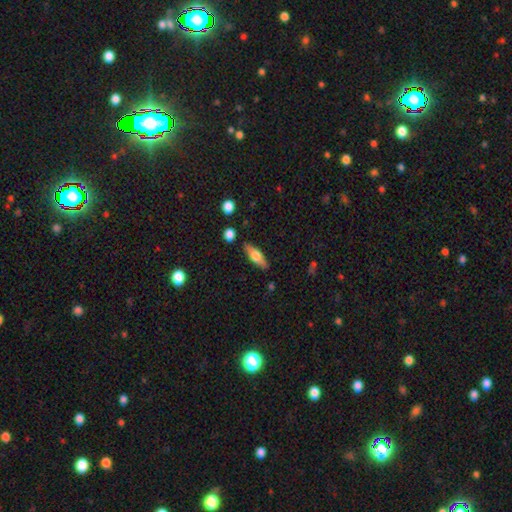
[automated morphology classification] This is possibly a smooth galaxy (57%). How rounded: likely in between (62%). Merging: clearly none (84%).